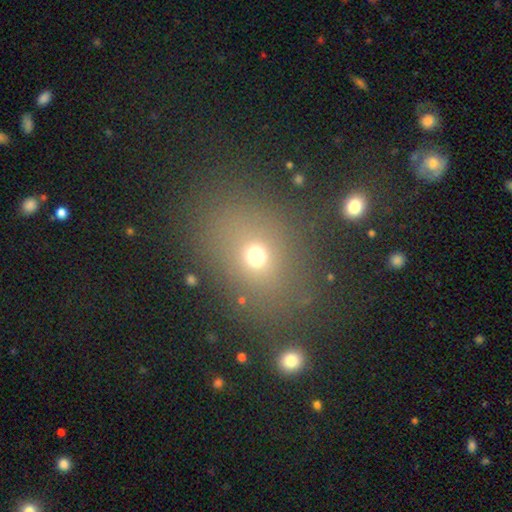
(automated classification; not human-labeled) smooth 65%, star or artifact 23%, featured or disk 11%. Down the decision tree: how rounded — round (54%); merging — none (73%).